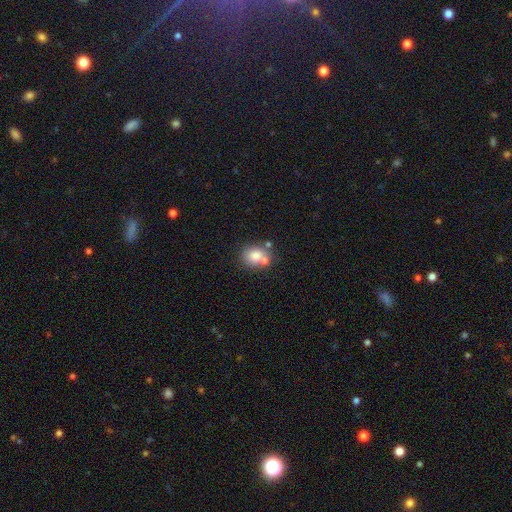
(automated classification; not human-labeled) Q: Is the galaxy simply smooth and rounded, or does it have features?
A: smooth — 77%.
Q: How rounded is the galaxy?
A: round — 61%.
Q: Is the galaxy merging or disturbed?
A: none — 53%.